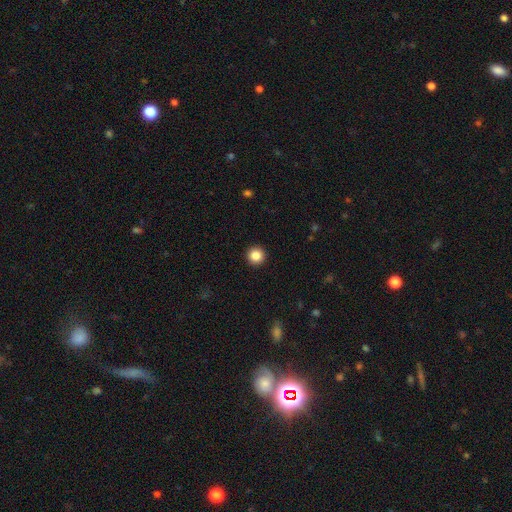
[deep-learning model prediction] Smooth or featured: smooth — 86% (star or artifact — 10%)
How rounded: round — 96% (in between — 3%)
Merging: none — 94% (minor disturbance — 4%)